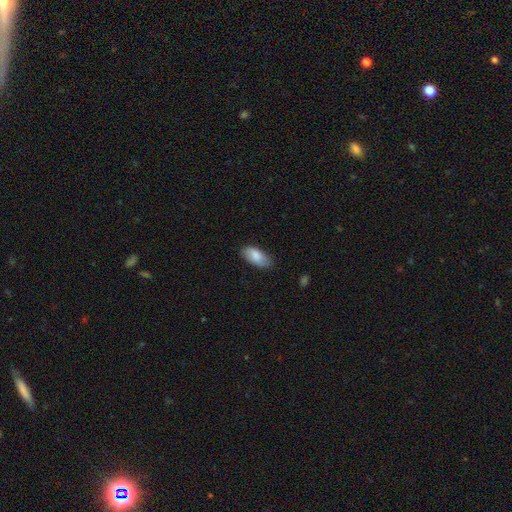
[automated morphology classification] type=smooth (85%); roundness=in between (91%); merging=none (80%).